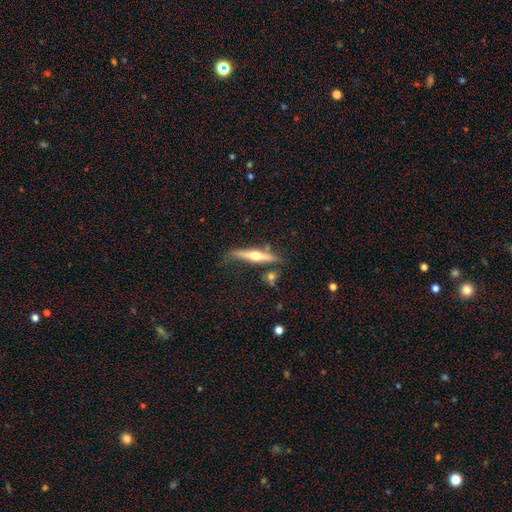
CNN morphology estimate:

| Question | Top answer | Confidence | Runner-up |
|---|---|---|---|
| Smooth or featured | featured or disk | 63% | smooth (31%) |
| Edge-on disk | yes | 95% | no (5%) |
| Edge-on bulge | rounded | 93% | none (4%) |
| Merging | none | 71% | minor disturbance (18%) |